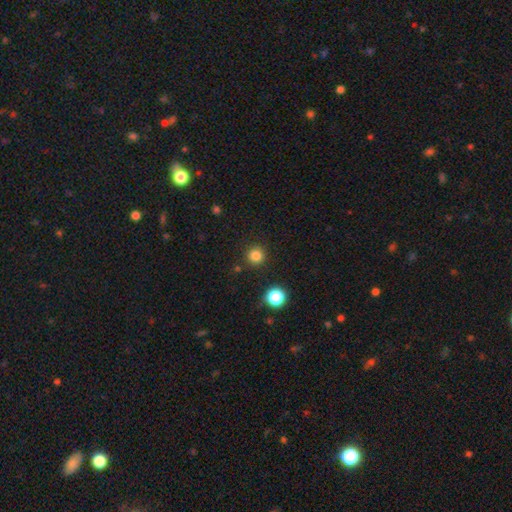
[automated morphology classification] Smooth or featured? Predicted: smooth (p=0.83). How rounded? Predicted: round (p=0.95). Merging? Predicted: none (p=0.89).